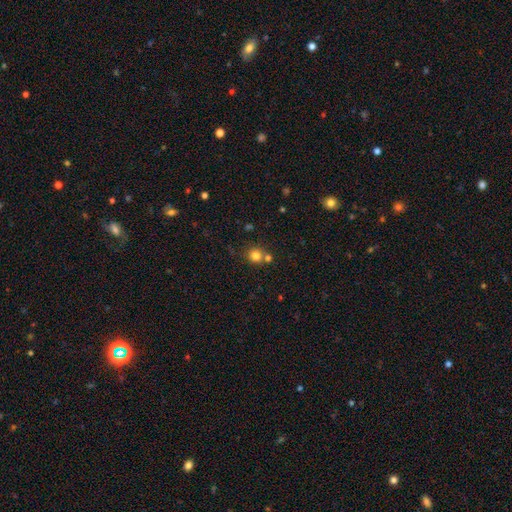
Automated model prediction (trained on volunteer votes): Smooth or featured?
  - smooth: 80% *
  - star or artifact: 13%
  - featured or disk: 7%
How rounded?
  - round: 88% *
  - in between: 11%
  - cigar-shaped: 1%
Merging?
  - none: 62% *
  - merger: 28%
  - minor disturbance: 8%
  - major disturbance: 3%